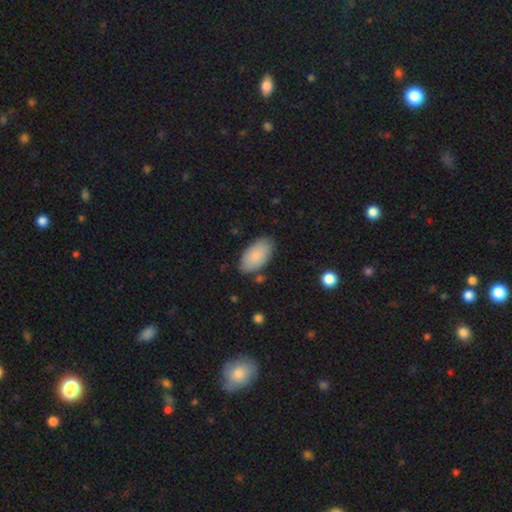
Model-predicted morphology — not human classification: smooth_or_featured: smooth (p=0.85) [alt: featured or disk p=0.09]
how_rounded: in between (p=0.95) [alt: cigar-shaped p=0.02]
merging: none (p=0.80) [alt: minor disturbance p=0.14]